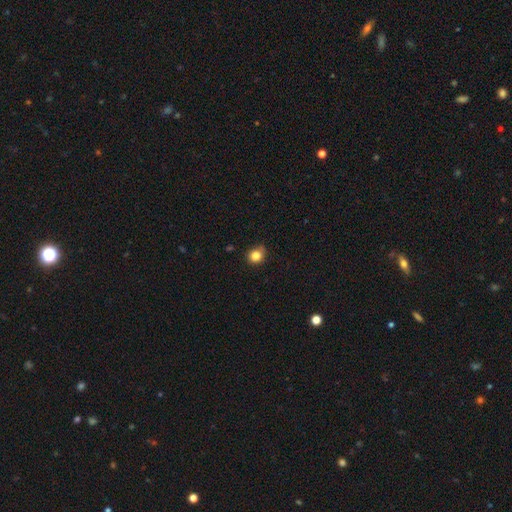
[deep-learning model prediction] Morphology: type=smooth (84%); roundness=round (79%); merging=none (73%).